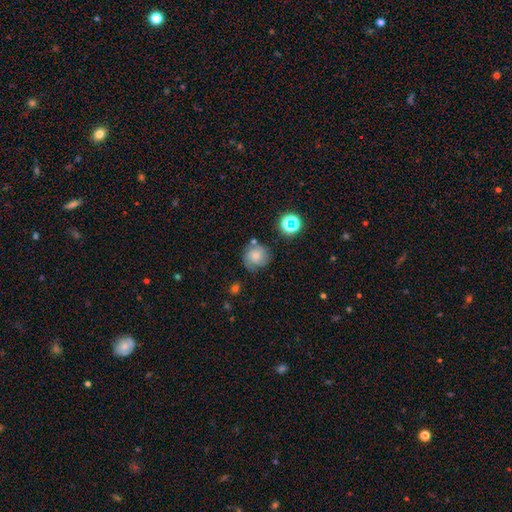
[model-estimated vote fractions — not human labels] smooth_or_featured: smooth (p=0.68) [alt: featured or disk p=0.19]
how_rounded: round (p=0.88) [alt: in between p=0.11]
merging: none (p=0.65) [alt: minor disturbance p=0.21]